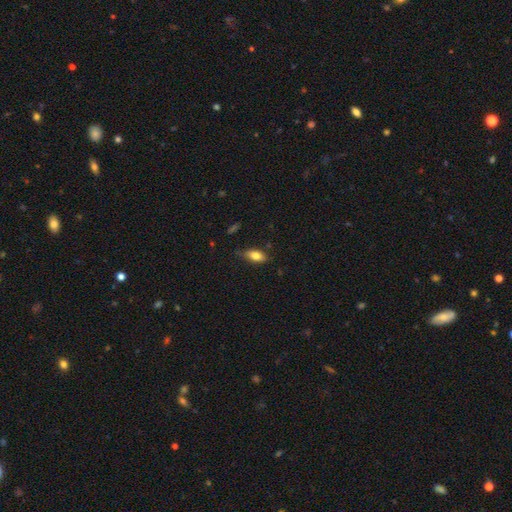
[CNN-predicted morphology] Smooth or featured: smooth — 79% (featured or disk — 14%)
How rounded: in between — 85% (cigar-shaped — 11%)
Merging: none — 75% (minor disturbance — 20%)